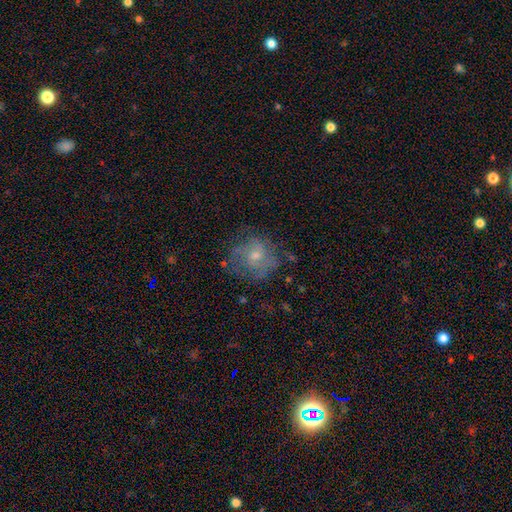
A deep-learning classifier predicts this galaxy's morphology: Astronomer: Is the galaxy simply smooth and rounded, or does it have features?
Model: featured or disk — 48% (runner-up: smooth, 42%).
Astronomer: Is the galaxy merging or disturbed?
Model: none — 55%.